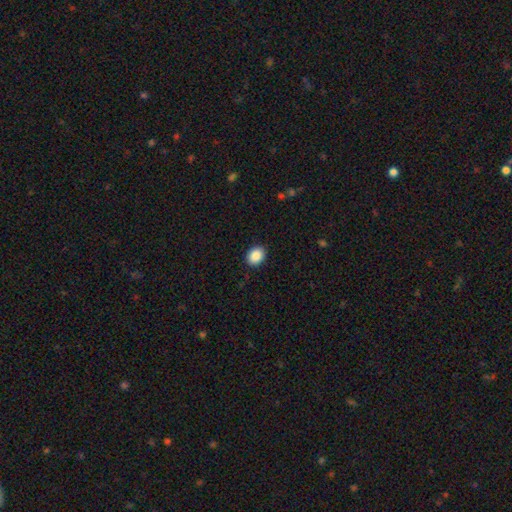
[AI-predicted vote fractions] smooth-or-featured: smooth: 88% | star or artifact: 8% | featured or disk: 4%
  how-rounded: in between: 56% | round: 43% | cigar-shaped: 1%
  merging: none: 90% | minor disturbance: 7% | major disturbance: 2% | merger: 1%